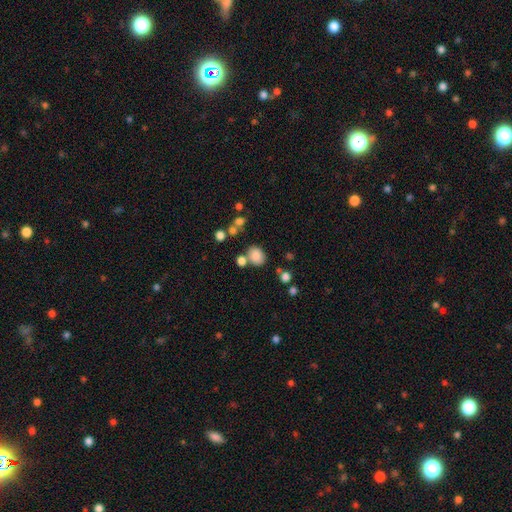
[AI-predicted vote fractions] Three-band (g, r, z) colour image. It shows a smooth galaxy with no disk features (82%) that is in between round and cigar-shaped (58%). Merging: none (61%).